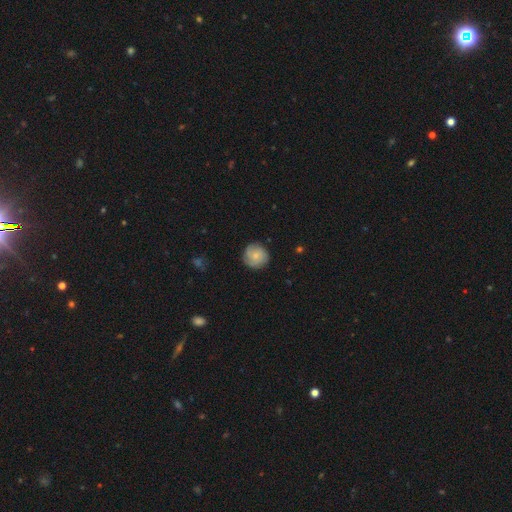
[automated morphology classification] smooth_or_featured: smooth (p=0.57) [alt: featured or disk p=0.36]
how_rounded: round (p=0.92) [alt: in between p=0.07]
merging: none (p=0.82) [alt: minor disturbance p=0.14]